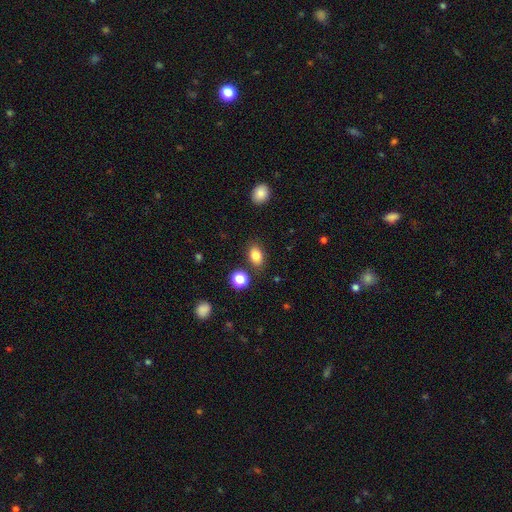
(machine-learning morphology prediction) Q: Smooth or featured?
A: smooth (83%); runner-up: star or artifact (10%)
Q: How rounded?
A: in between (78%); runner-up: round (21%)
Q: Merging?
A: none (82%); runner-up: minor disturbance (11%)